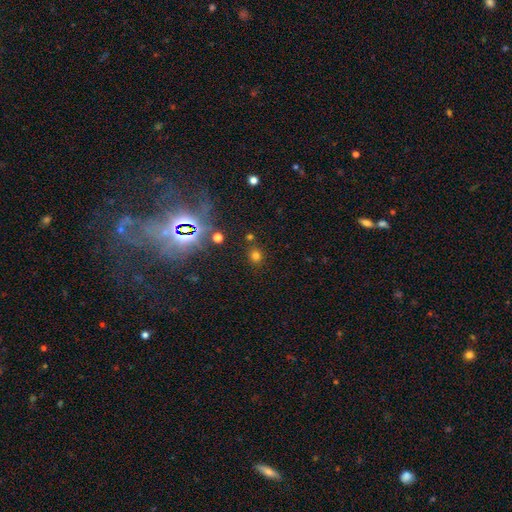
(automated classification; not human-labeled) Morphology: type=smooth (67%); roundness=round (87%); merging=none (83%).